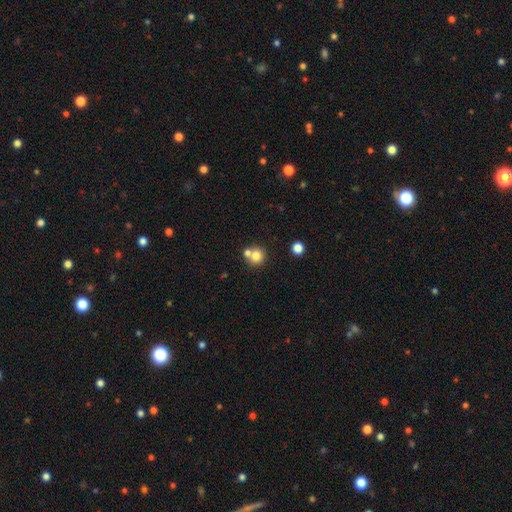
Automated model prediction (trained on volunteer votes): A smooth galaxy with no disk features (77%) that is round (88%). Merging: none (53%).